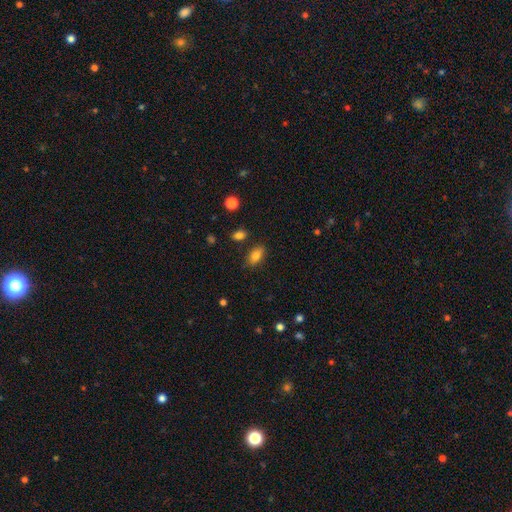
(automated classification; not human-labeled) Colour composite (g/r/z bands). It shows a smooth galaxy with no disk features (82%) that is in between round and cigar-shaped (87%). Merging: none (81%).